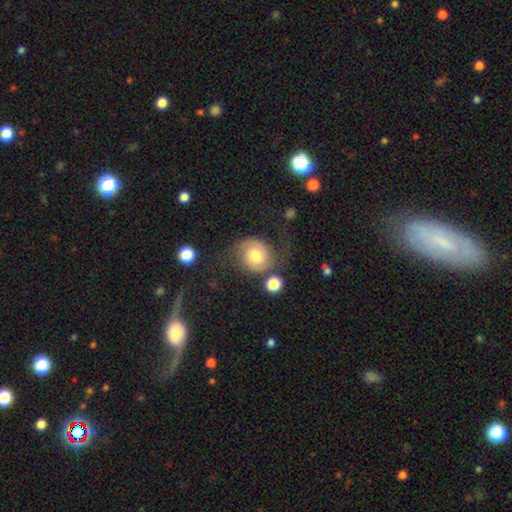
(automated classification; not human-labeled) A featured or disk galaxy (60%) with no bar (68%), 2 (87%) medium (45%) spiral arms (90%) and a moderate central bulge (66%).

Vote fractions:
- Smooth or featured? featured or disk: 60% / smooth: 31% / star or artifact: 9%
- Edge-on disk? no: 97% / yes: 3%
- Bar? no: 68% / weak: 27% / strong: 5%
- Spiral arms? yes: 90% / no: 10%
- Spiral winding? medium: 45% / tight: 30% / loose: 25%
- Spiral arm count? 2: 87% / can't tell: 6% / 1: 3% / 3: 1% / 4: 1% / more than 4: 1%
- Bulge size? moderate: 66% / large: 19% / small: 9% / dominant: 3% / none: 2%
- Merging? none: 59% / minor disturbance: 18% / major disturbance: 16% / merger: 6%